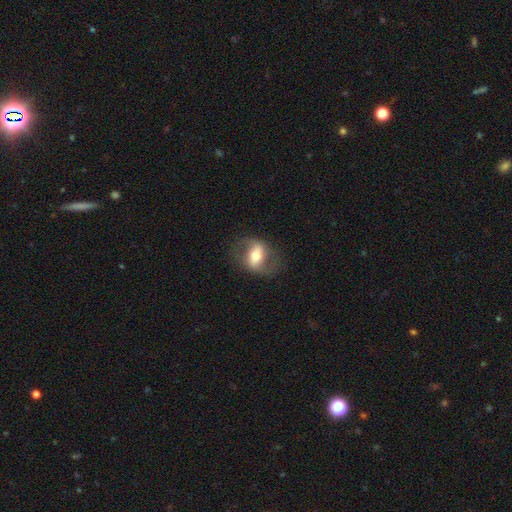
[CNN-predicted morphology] A featured or disk galaxy (63%) with a strong bar (50%), spiral arms (67%) and a moderate central bulge (62%). Merging: none (74%).